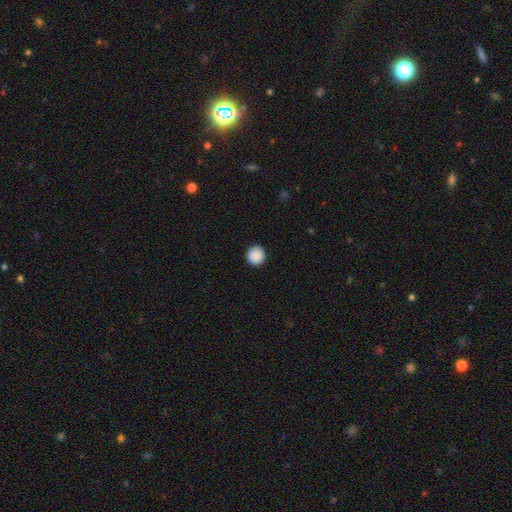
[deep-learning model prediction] A smooth galaxy with no disk features (89%) that is round (95%).

Vote fractions:
- Smooth or featured? smooth: 89% / star or artifact: 8% / featured or disk: 3%
- How rounded? round: 95% / in between: 4% / cigar-shaped: 1%
- Merging? none: 92% / minor disturbance: 5% / major disturbance: 2% / merger: 1%